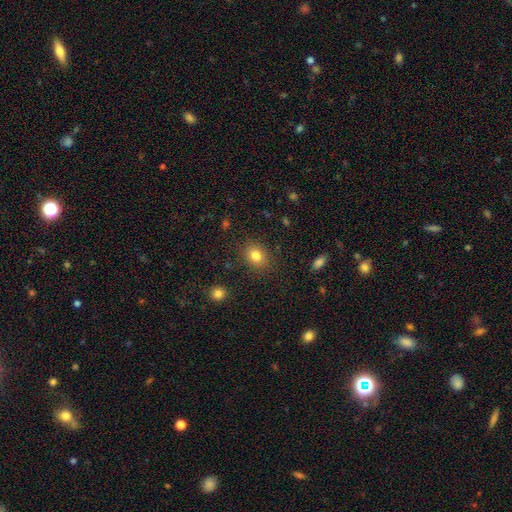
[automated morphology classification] This is clearly a smooth galaxy (82%). How rounded: possibly in between (50%). Merging: clearly none (86%).